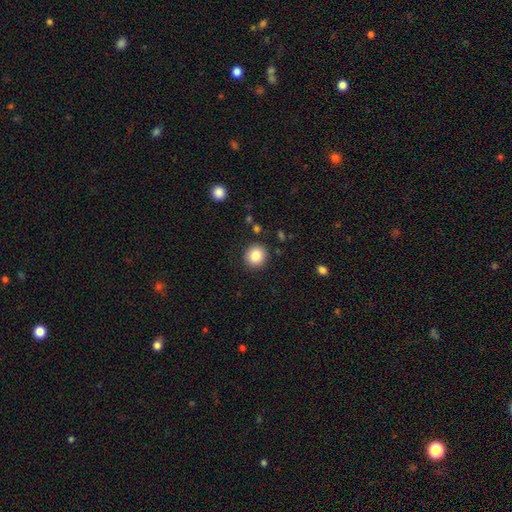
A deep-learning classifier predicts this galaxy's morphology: Q: Smooth or featured?
A: smooth (84%); runner-up: star or artifact (10%)
Q: How rounded?
A: round (91%); runner-up: in between (8%)
Q: Merging?
A: none (90%); runner-up: minor disturbance (6%)